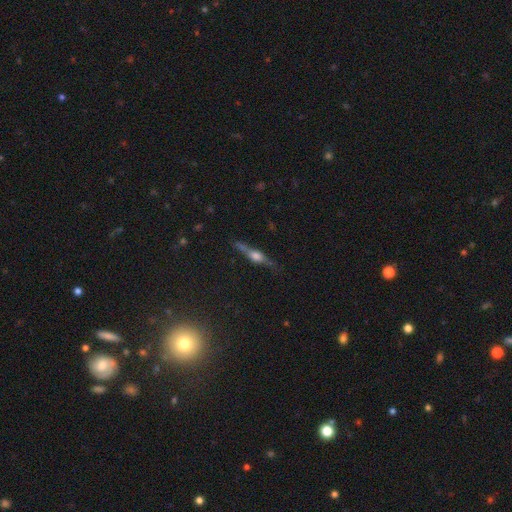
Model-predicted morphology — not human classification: Smooth or featured? Predicted: featured or disk (p=0.68). Edge-on disk? Predicted: yes (p=0.95). Edge-on bulge? Predicted: rounded (p=0.86). Merging? Predicted: none (p=0.77).